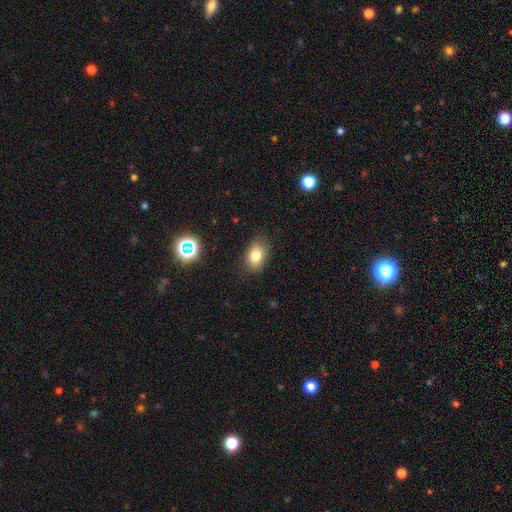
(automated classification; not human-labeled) This is likely a smooth galaxy (79%). How rounded: likely in between (74%). Merging: clearly none (82%).